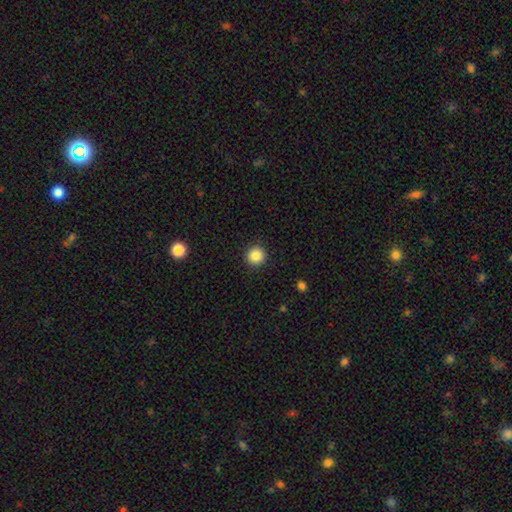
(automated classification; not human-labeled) Morphology: type=smooth (86%); roundness=round (95%); merging=none (92%).